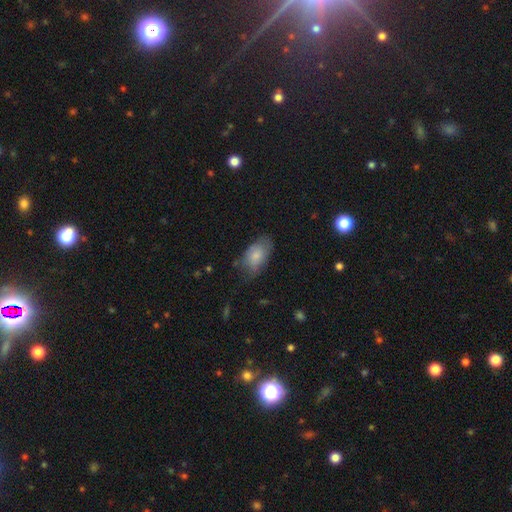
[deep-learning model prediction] This appears to be a smooth galaxy with no disk features (77%) that is in between round and cigar-shaped (93%). Merging: none (57%).